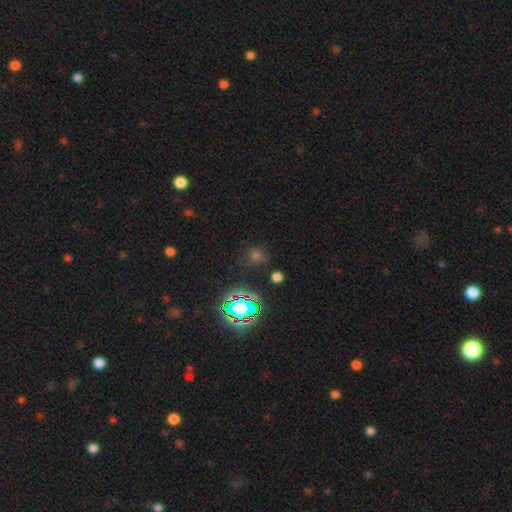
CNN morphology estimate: Smooth or featured? Predicted: star or artifact (p=0.46).